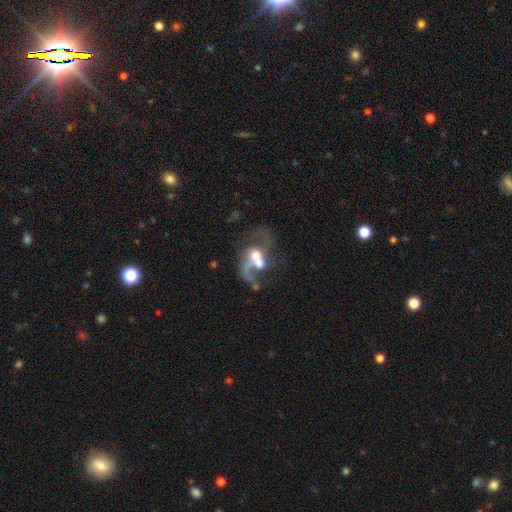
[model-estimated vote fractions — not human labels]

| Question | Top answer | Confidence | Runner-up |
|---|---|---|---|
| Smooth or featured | featured or disk | 69% | smooth (22%) |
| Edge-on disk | no | 97% | yes (3%) |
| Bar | no | 67% | weak (26%) |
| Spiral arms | yes | 75% | no (25%) |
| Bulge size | moderate | 54% | large (23%) |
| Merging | merger | 60% | major disturbance (19%) |